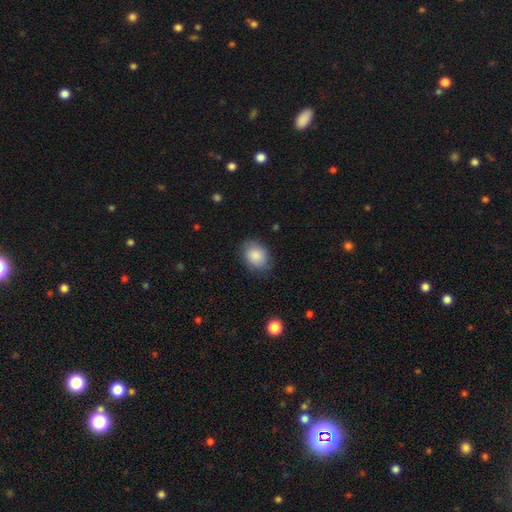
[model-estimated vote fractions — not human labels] Q: Smooth or featured?
A: smooth (84%); runner-up: featured or disk (9%)
Q: How rounded?
A: in between (64%); runner-up: round (35%)
Q: Merging?
A: none (76%); runner-up: minor disturbance (18%)